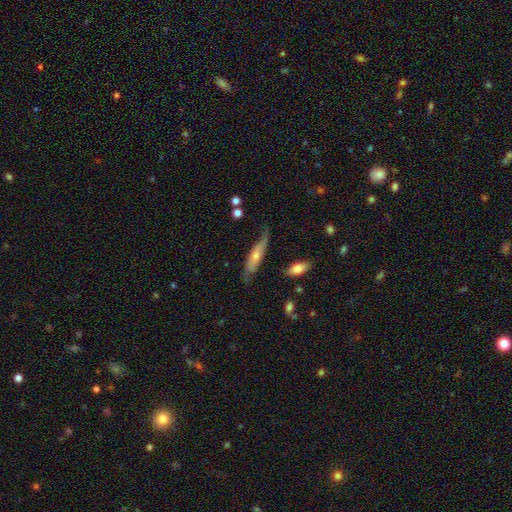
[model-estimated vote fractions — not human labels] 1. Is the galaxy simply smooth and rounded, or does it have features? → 60% featured or disk, 32% smooth, 7% star or artifact.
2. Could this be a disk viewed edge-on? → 55% no, 45% yes.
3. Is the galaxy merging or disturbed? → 64% none, 24% minor disturbance, 10% major disturbance, 2% merger.